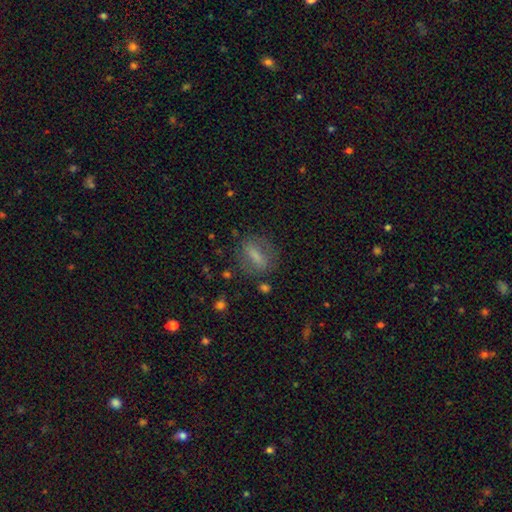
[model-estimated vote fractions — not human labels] A smooth galaxy with no disk features (59%) that is in between round and cigar-shaped (57%).

Vote fractions:
- Smooth or featured? smooth: 59% / featured or disk: 30% / star or artifact: 10%
- How rounded? in between: 57% / cigar-shaped: 25% / round: 18%
- Merging? none: 73% / minor disturbance: 15% / major disturbance: 9% / merger: 2%